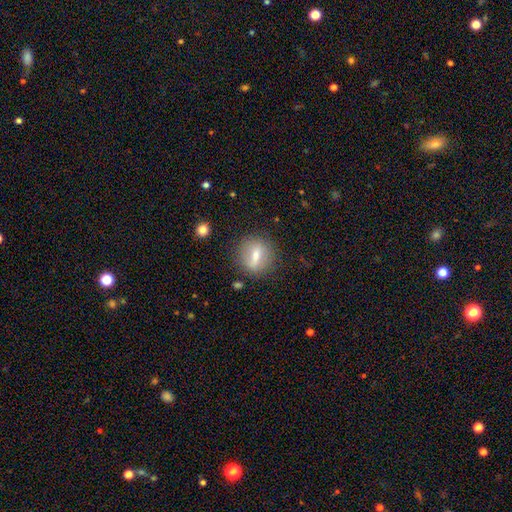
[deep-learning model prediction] Morphology: type=smooth (56%); roundness=round (73%); merging=none (80%).